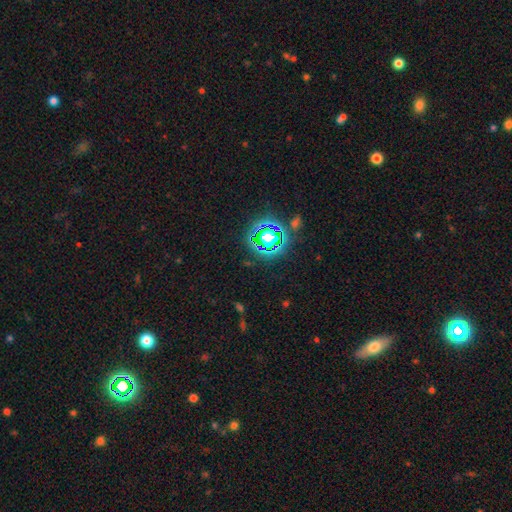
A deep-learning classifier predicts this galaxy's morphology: smooth-or-featured: star or artifact: 74% | smooth: 16% | featured or disk: 10%